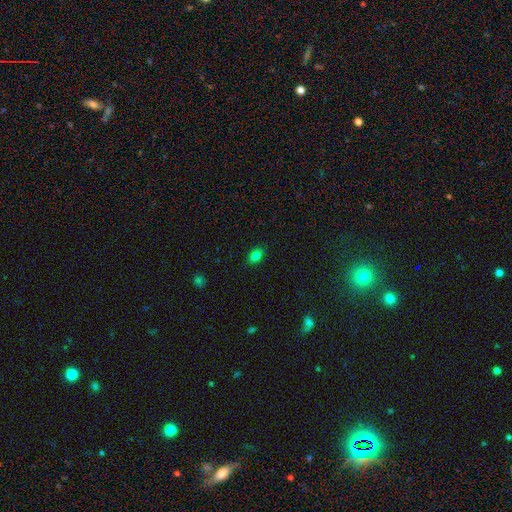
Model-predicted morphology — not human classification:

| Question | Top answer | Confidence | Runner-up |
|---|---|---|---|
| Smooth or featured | smooth | 82% | star or artifact (12%) |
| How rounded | in between | 77% | round (21%) |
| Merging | none | 87% | minor disturbance (10%) |